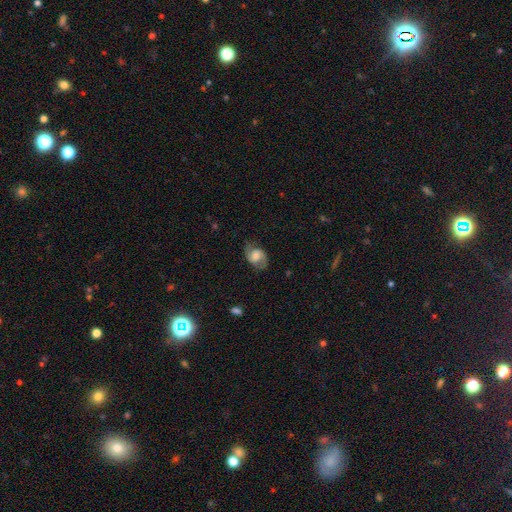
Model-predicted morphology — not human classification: Q: Smooth or featured?
A: featured or disk (55%); runner-up: smooth (37%)
Q: Edge-on disk?
A: no (96%); runner-up: yes (4%)
Q: Bar?
A: no (48%); runner-up: weak (41%)
Q: Spiral arms?
A: yes (88%); runner-up: no (12%)
Q: Bulge size?
A: moderate (36%); runner-up: large (30%)
Q: Merging?
A: none (69%); runner-up: minor disturbance (20%)